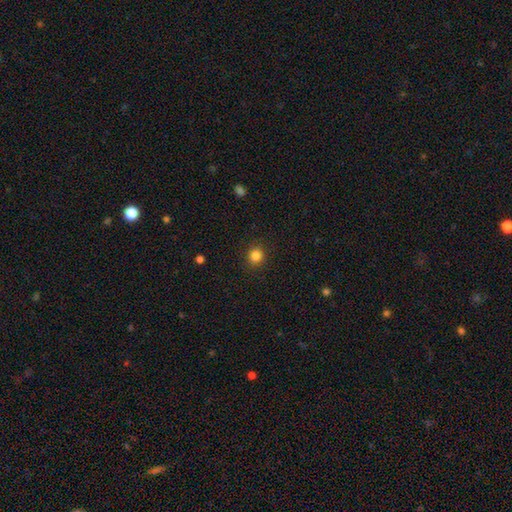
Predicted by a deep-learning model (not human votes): Q: Smooth or featured?
A: smooth (84%); runner-up: star or artifact (12%)
Q: How rounded?
A: round (88%); runner-up: in between (11%)
Q: Merging?
A: none (90%); runner-up: minor disturbance (6%)